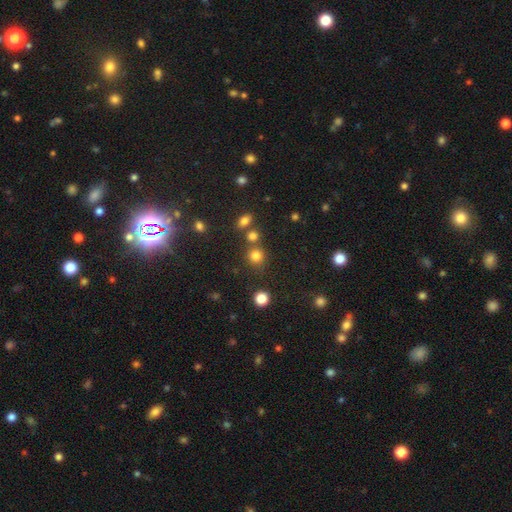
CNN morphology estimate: Smooth or featured? Predicted: smooth (p=0.79). How rounded? Predicted: round (p=0.88). Merging? Predicted: none (p=0.73).